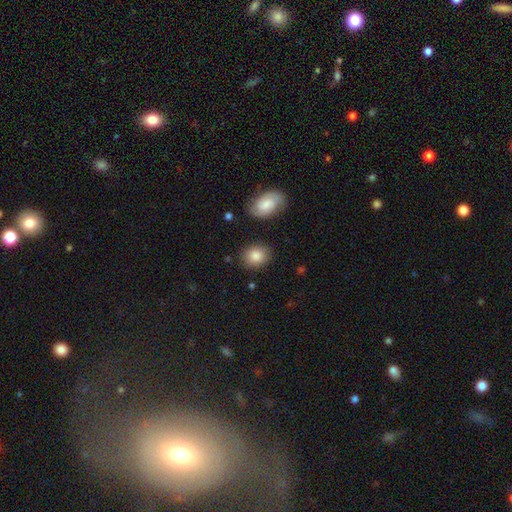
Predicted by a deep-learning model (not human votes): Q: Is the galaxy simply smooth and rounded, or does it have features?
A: smooth — 85%.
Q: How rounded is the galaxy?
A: round — 58%.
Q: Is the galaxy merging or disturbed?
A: none — 84%.